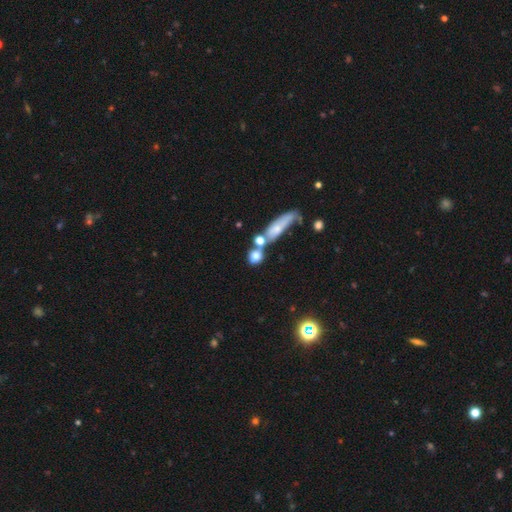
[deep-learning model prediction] Overall: smooth (74%). How rounded: round (67%). Merging: none (47%; merger 36%).